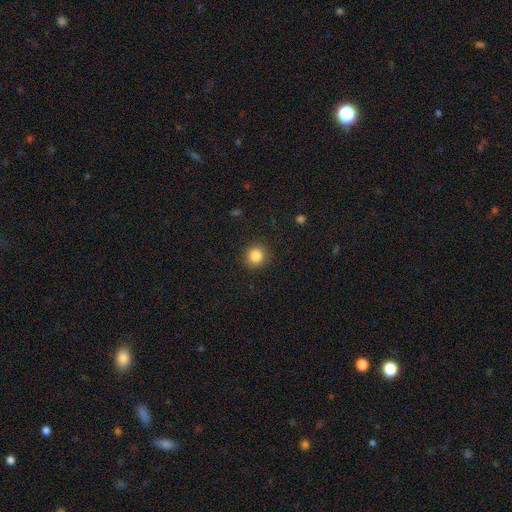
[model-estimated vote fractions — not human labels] smooth_or_featured: smooth (p=0.85) [alt: star or artifact p=0.11]
how_rounded: round (p=0.90) [alt: in between p=0.09]
merging: none (p=0.90) [alt: minor disturbance p=0.06]